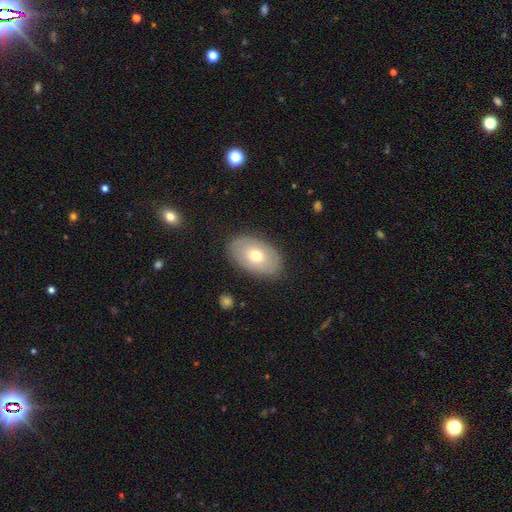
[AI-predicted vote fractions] This is possibly a smooth galaxy (60%). How rounded: clearly in between (91%). Merging: clearly none (85%).